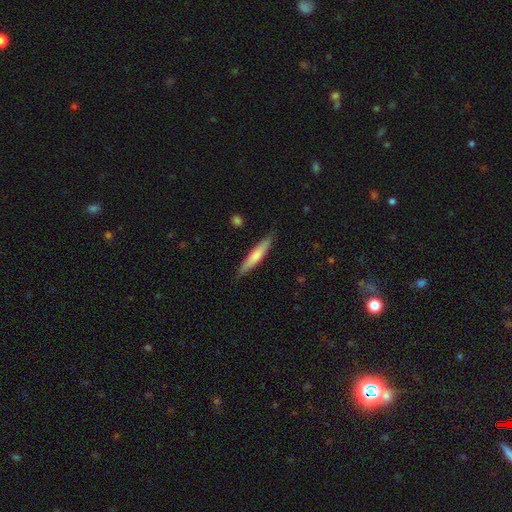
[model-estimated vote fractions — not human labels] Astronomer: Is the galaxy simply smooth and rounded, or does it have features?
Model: smooth — 70%.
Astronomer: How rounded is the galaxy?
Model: cigar-shaped — 90%.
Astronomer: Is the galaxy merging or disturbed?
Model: none — 87%.